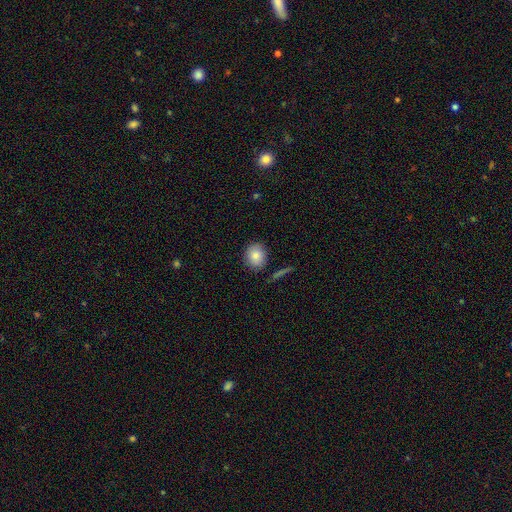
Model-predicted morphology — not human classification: The model was most divided on "how rounded": round: 67%, in between: 31%, cigar-shaped: 1%. More confident: merging — none (84%); smooth or featured — smooth (83%).